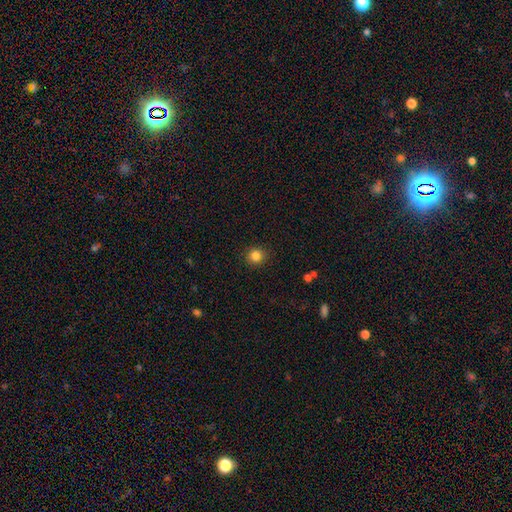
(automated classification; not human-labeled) This is clearly a smooth galaxy (84%). How rounded: clearly round (90%). Merging: clearly none (91%).